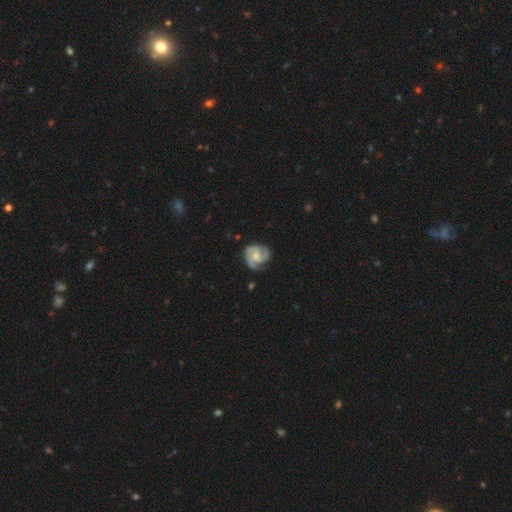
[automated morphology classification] Overall: featured or disk (85%). Edge-on disk: no (98%). Bar: no (56%; weak 37%). Spiral arms: yes (97%). Spiral arm count: 2 (57%; 3 30%). Spiral winding: tight (50%; medium 42%). Bulge size: moderate (45%; small 33%). Merging: none (72%).